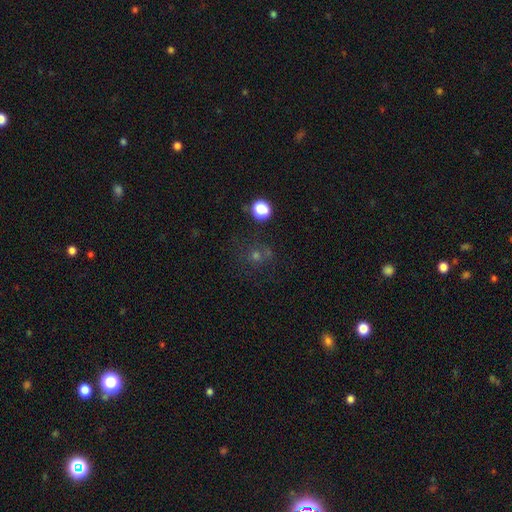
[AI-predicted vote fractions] Smooth or featured? Predicted: smooth (p=0.45). Merging? Predicted: none (p=0.69).